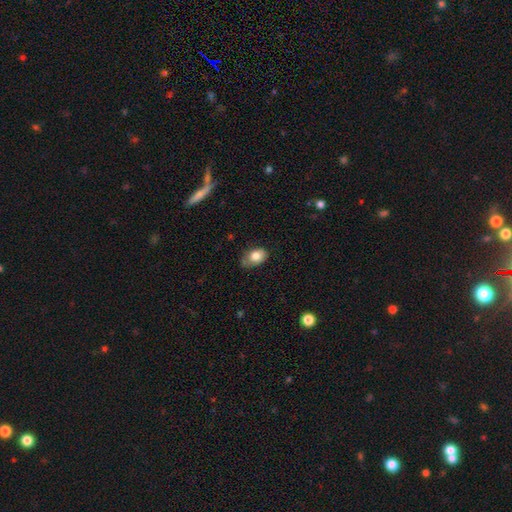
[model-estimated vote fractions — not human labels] This appears to be a smooth galaxy with no disk features (78%) that is in between round and cigar-shaped (85%). Merging: none (57%).